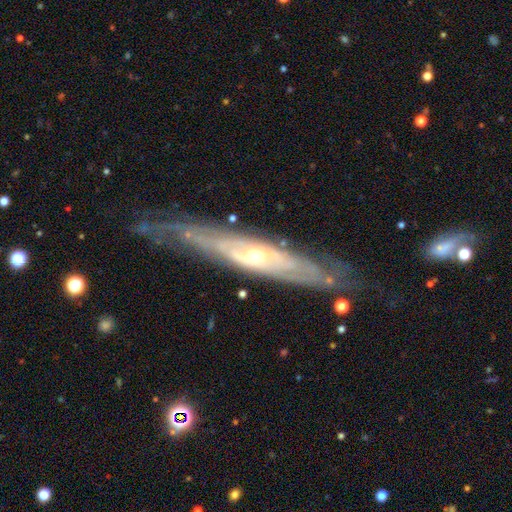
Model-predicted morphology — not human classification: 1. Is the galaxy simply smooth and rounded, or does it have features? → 83% featured or disk, 11% smooth, 6% star or artifact.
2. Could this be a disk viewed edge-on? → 50% no (tied), 50% yes (tied).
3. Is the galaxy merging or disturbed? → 72% none, 19% minor disturbance, 7% major disturbance, 2% merger.